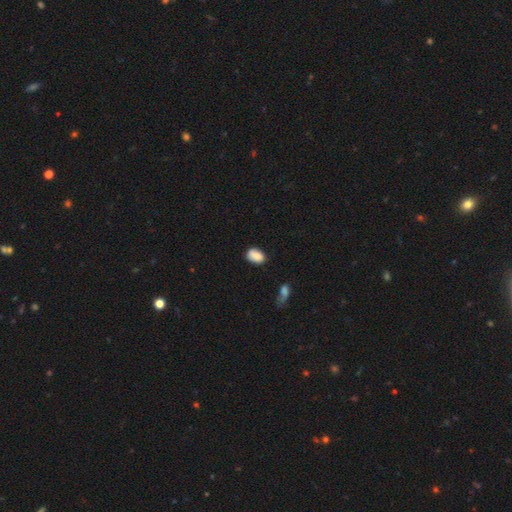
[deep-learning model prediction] Q: Smooth or featured?
A: smooth (86%); runner-up: star or artifact (8%)
Q: How rounded?
A: in between (86%); runner-up: round (12%)
Q: Merging?
A: none (71%); runner-up: minor disturbance (20%)